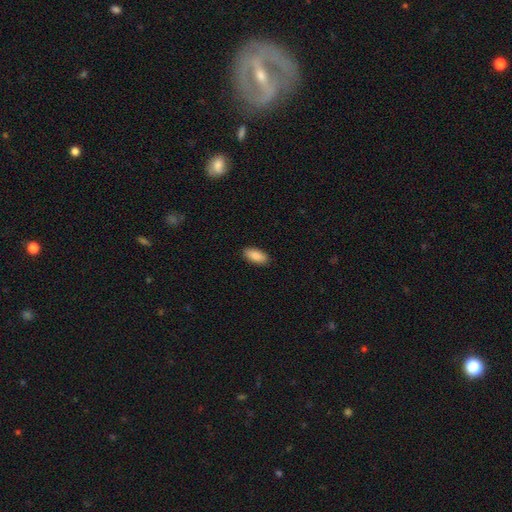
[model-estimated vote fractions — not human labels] smooth 89%, star or artifact 6%, featured or disk 5%. Down the decision tree: how rounded — in between (90%); merging — none (90%).